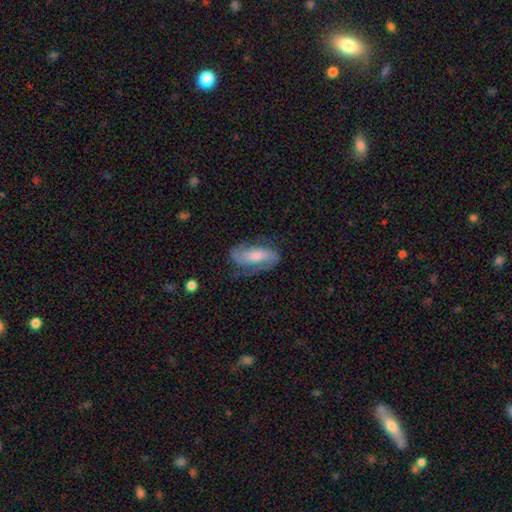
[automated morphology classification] A featured or disk galaxy (73%) with no bar (38%), 2 (84%) medium (45%) spiral arms (93%) and a moderate central bulge (44%).

Vote fractions:
- Smooth or featured? featured or disk: 73% / smooth: 20% / star or artifact: 7%
- Edge-on disk? no: 92% / yes: 8%
- Bar? no: 38% / weak: 34% / strong: 28%
- Spiral arms? yes: 93% / no: 7%
- Spiral winding? medium: 45% / tight: 29% / loose: 26%
- Spiral arm count? 2: 84% / 1: 6% / can't tell: 6% / 3: 2% / 4: 1% / more than 4: 1%
- Bulge size? moderate: 44% / small: 32% / large: 13% / none: 9% / dominant: 2%
- Merging? none: 67% / minor disturbance: 20% / major disturbance: 12% / merger: 2%